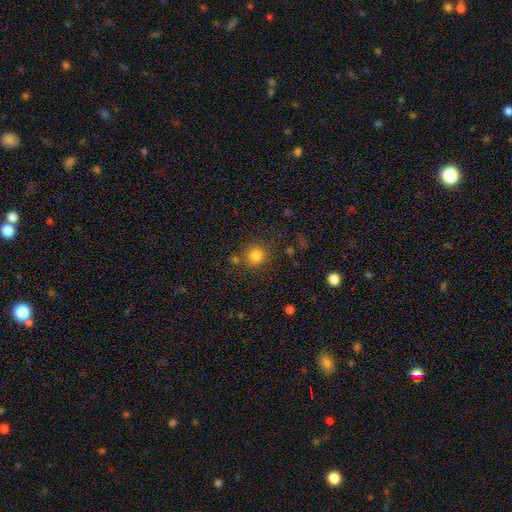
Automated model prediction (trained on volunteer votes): This appears to be a smooth galaxy with no disk features (82%) that is round (89%). Merging: none (79%).